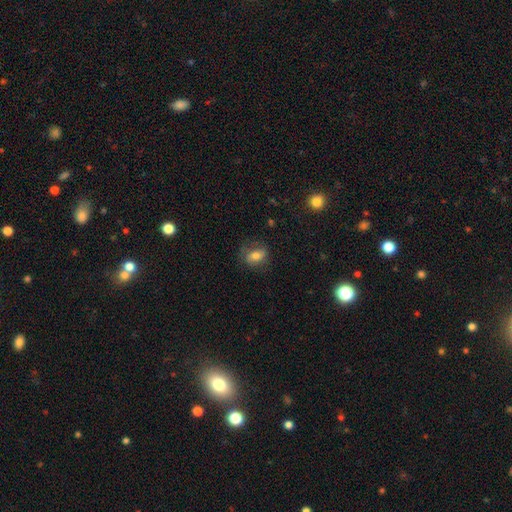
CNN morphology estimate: smooth_or_featured: smooth (p=0.64) [alt: featured or disk p=0.26]
how_rounded: in between (p=0.71) [alt: round p=0.26]
merging: none (p=0.65) [alt: minor disturbance p=0.22]